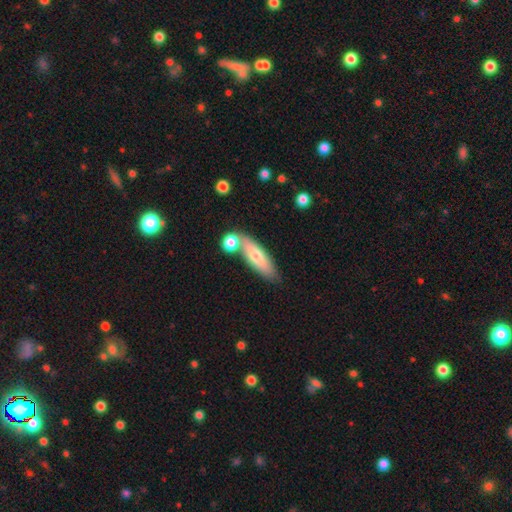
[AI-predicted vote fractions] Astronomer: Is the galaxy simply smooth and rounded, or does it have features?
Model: smooth — 63%.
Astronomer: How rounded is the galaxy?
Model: cigar-shaped — 59% (runner-up: in between, 38%).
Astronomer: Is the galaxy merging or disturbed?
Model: none — 66%.